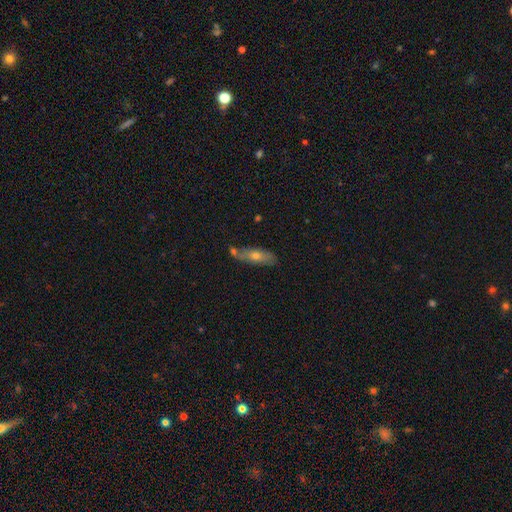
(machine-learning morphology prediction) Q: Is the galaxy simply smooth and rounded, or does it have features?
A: smooth — 53%.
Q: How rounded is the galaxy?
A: cigar-shaped — 54%.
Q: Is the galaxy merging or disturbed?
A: none — 62%.